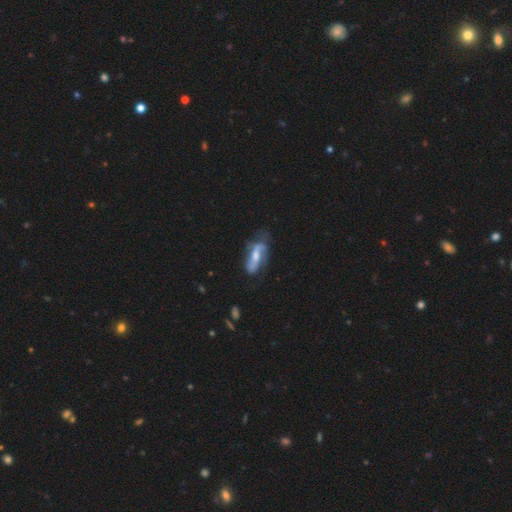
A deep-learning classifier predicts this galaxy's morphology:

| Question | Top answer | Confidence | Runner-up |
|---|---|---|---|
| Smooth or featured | featured or disk | 65% | smooth (28%) |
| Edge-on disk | no | 86% | yes (14%) |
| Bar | weak | 37% | no (36%) |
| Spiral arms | yes | 83% | no (17%) |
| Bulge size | moderate | 53% | small (31%) |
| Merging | none | 50% | minor disturbance (28%) |